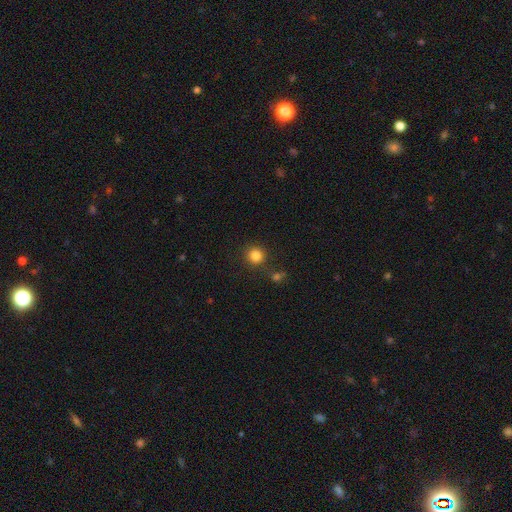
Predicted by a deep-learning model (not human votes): Overall: smooth (83%). How rounded: round (92%). Merging: none (83%).